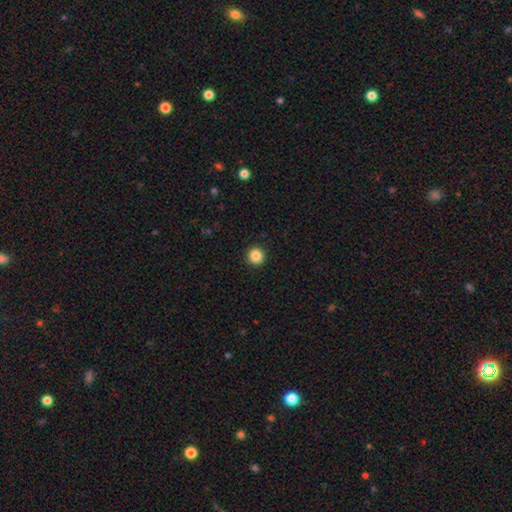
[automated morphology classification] The model was most divided on "smooth or featured": smooth: 87%, star or artifact: 10%, featured or disk: 3%. More confident: how rounded — round (96%); merging — none (93%).